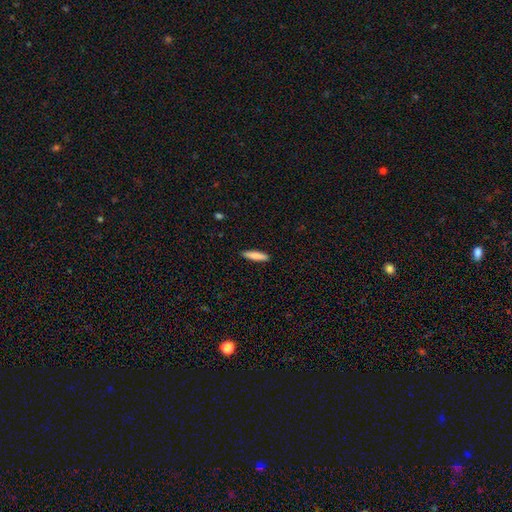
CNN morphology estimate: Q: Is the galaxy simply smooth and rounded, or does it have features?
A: smooth — 83%.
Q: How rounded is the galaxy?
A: cigar-shaped — 79%.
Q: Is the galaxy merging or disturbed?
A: none — 90%.